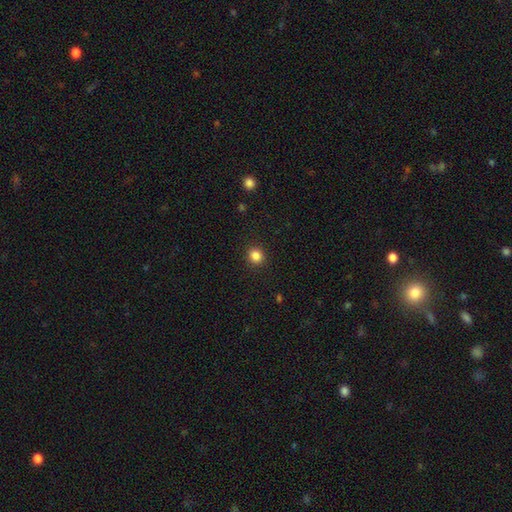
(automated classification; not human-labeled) Q: Smooth or featured?
A: smooth (85%); runner-up: star or artifact (11%)
Q: How rounded?
A: round (85%); runner-up: in between (14%)
Q: Merging?
A: none (91%); runner-up: minor disturbance (6%)